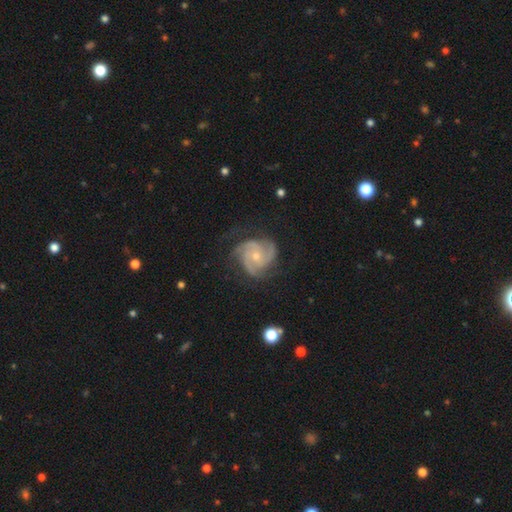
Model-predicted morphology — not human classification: smooth-or-featured: featured or disk: 88% | smooth: 7% | star or artifact: 5%
  disk-edge-on: no: 98% | yes: 2%
    bar: no: 74% | weak: 22% | strong: 4%
    has-spiral-arms: yes: 98% | no: 2%
      spiral-winding: tight: 51% | medium: 42% | loose: 7%
      spiral-arm-count: 3: 64% | 4: 13% | 2: 10% | can't tell: 7% | 1: 3% | more than 4: 3%
    bulge-size: small: 60% | moderate: 37% | none: 2% | large: 1% | dominant: 1%
  merging: none: 69% | minor disturbance: 21% | major disturbance: 9% | merger: 1%